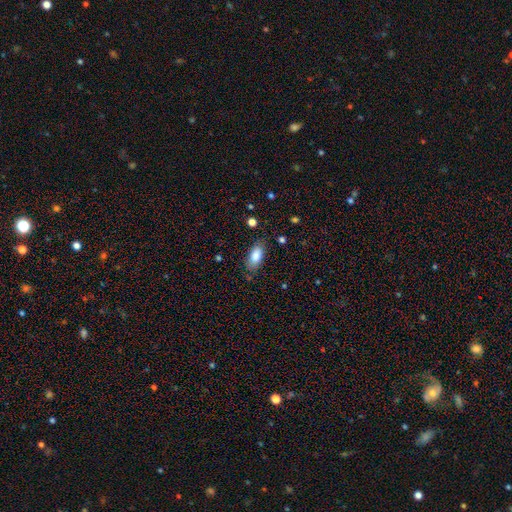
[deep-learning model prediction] This appears to be a smooth galaxy with no disk features (84%) that is in between round and cigar-shaped (88%). Merging: none (78%).